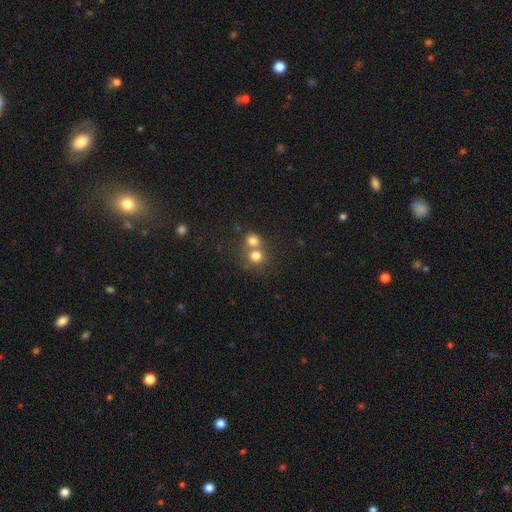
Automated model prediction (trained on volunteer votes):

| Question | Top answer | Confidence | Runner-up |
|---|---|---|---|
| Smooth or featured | smooth | 76% | star or artifact (13%) |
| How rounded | round | 83% | in between (16%) |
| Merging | merger | 51% | none (40%) |